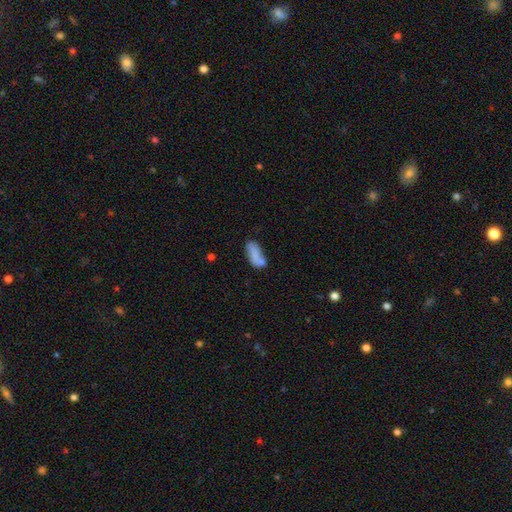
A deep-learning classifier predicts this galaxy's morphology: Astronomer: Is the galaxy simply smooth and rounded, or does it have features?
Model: smooth — 75%.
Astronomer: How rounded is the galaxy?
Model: in between — 80%.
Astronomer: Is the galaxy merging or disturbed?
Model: none — 48%.